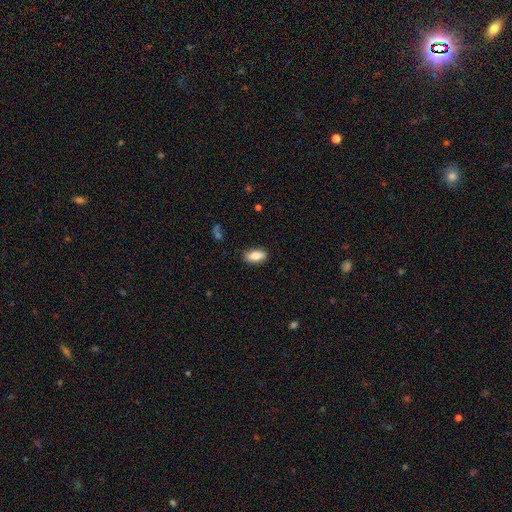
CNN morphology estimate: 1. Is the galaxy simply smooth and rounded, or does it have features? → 81% smooth, 12% featured or disk, 7% star or artifact.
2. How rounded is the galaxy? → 89% in between, 7% cigar-shaped, 4% round.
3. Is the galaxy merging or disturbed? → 83% none, 13% minor disturbance, 3% major disturbance, 1% merger.